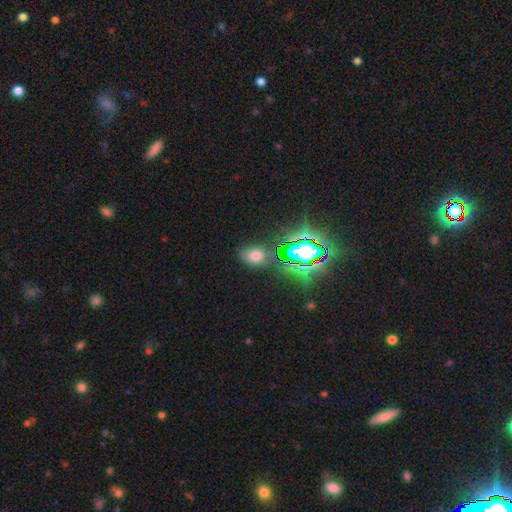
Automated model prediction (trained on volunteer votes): This appears to be a smooth galaxy with no disk features (59%) that is in between round and cigar-shaped (79%). Merging: none (79%).